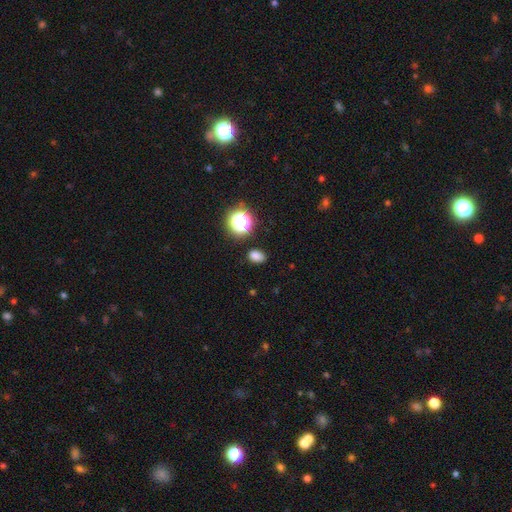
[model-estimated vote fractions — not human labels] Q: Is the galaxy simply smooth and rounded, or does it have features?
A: smooth — 78%.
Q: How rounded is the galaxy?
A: in between — 74%.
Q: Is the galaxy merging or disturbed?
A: none — 85%.